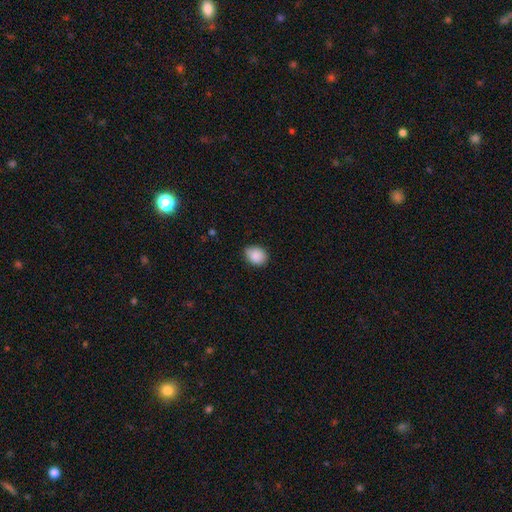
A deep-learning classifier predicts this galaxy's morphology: Q: Smooth or featured?
A: smooth (89%); runner-up: star or artifact (8%)
Q: How rounded?
A: round (52%); runner-up: in between (47%)
Q: Merging?
A: none (78%); runner-up: minor disturbance (18%)